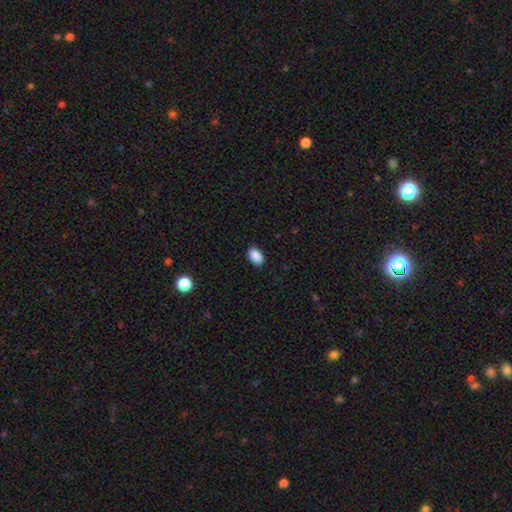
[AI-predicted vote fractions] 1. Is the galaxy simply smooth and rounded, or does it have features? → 89% smooth, 8% star or artifact, 3% featured or disk.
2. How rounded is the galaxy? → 91% in between, 7% round, 2% cigar-shaped.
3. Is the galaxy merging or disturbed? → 87% none, 10% minor disturbance, 2% major disturbance, 1% merger.